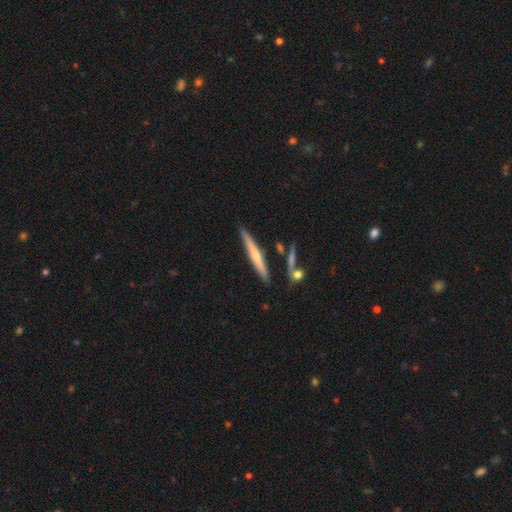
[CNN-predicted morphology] The model was most divided on "smooth or featured": featured or disk: 51%, smooth: 43%, star or artifact: 6%. More confident: edge-on disk — yes (96%); merging — none (85%).